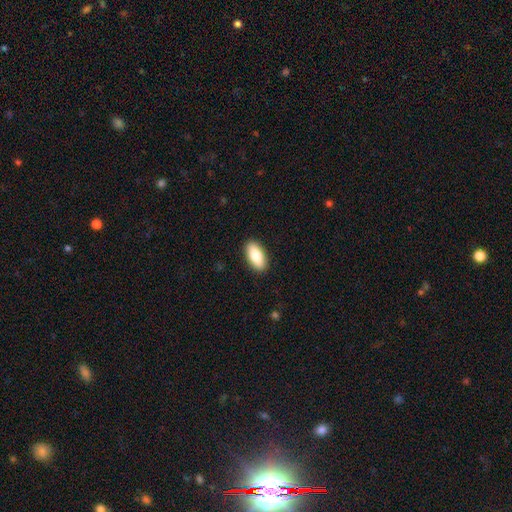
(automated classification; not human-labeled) Smooth or featured? Predicted: smooth (p=0.82). How rounded? Predicted: in between (p=0.89). Merging? Predicted: none (p=0.90).